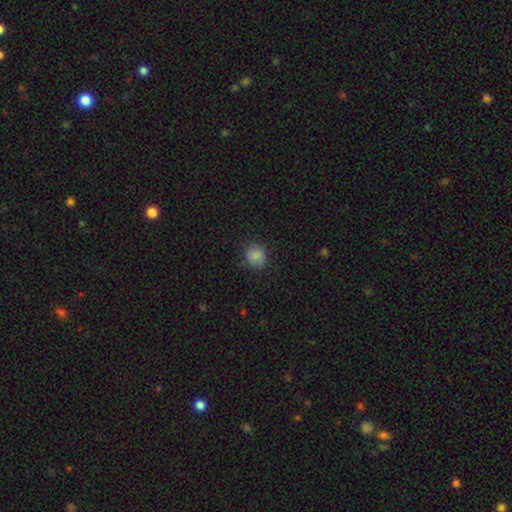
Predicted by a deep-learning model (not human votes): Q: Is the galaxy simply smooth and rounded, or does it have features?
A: smooth — 86%.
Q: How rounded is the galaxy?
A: round — 83%.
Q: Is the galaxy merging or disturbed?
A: none — 84%.